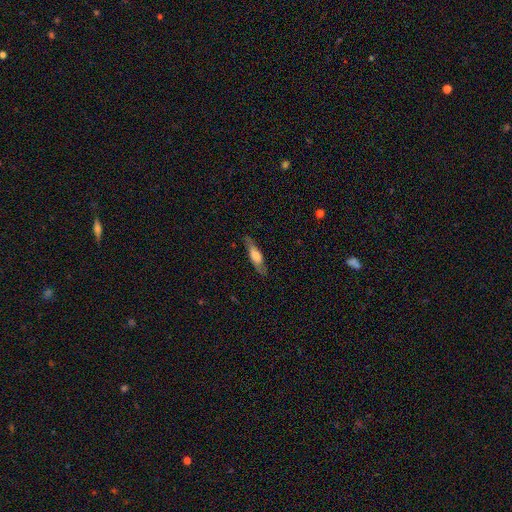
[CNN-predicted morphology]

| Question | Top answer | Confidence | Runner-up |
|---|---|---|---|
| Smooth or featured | smooth | 49% | featured or disk (44%) |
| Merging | none | 78% | minor disturbance (16%) |